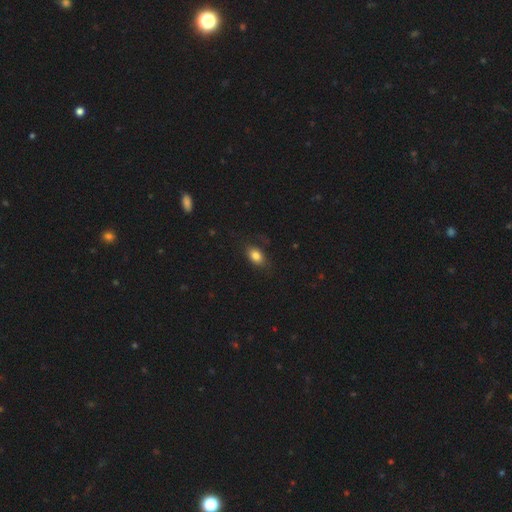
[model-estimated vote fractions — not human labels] smooth-or-featured: smooth: 82% | star or artifact: 9% | featured or disk: 9%
  how-rounded: in between: 84% | round: 13% | cigar-shaped: 3%
  merging: none: 79% | minor disturbance: 15% | major disturbance: 4% | merger: 1%